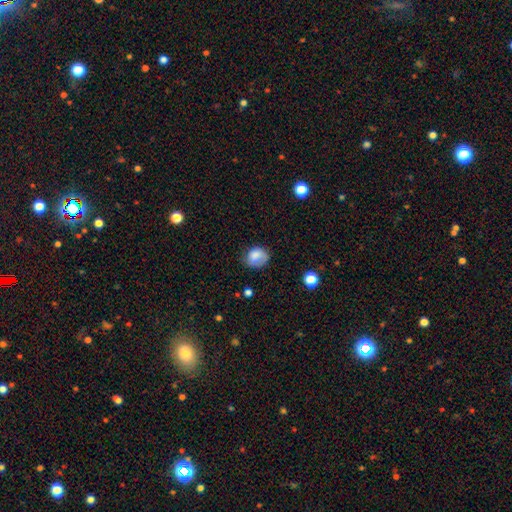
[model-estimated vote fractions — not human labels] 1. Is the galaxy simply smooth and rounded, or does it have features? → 78% smooth, 13% featured or disk, 9% star or artifact.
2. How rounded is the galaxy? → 55% round, 44% in between, 1% cigar-shaped.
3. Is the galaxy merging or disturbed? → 55% none, 31% minor disturbance, 12% major disturbance, 2% merger.